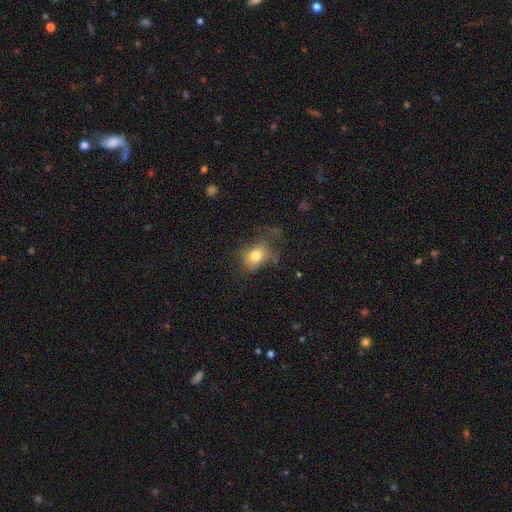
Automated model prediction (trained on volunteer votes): Smooth or featured? Predicted: smooth (p=0.74). How rounded? Predicted: in between (p=0.52). Merging? Predicted: none (p=0.48).